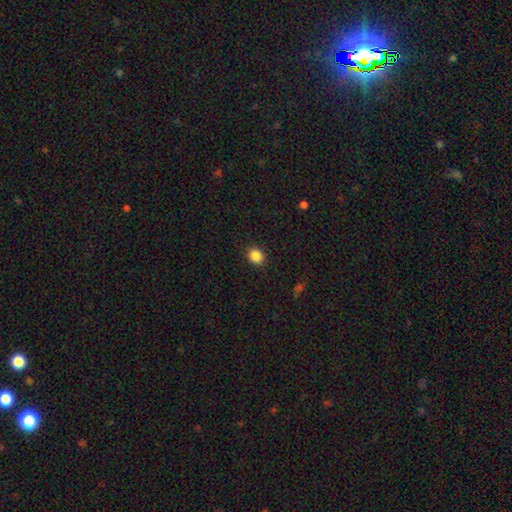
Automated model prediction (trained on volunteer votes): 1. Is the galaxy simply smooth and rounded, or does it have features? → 87% smooth, 10% star or artifact, 3% featured or disk.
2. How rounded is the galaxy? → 67% round, 32% in between, 1% cigar-shaped.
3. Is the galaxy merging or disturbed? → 90% none, 7% minor disturbance, 2% major disturbance, 1% merger.